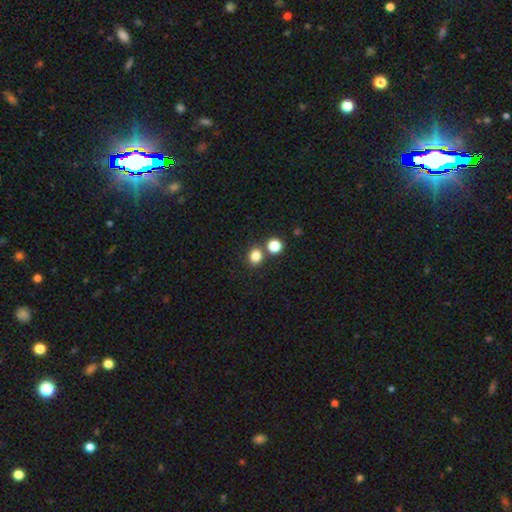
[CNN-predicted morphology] Smooth or featured?
  - smooth: 82% *
  - star or artifact: 13%
  - featured or disk: 5%
How rounded?
  - round: 76% *
  - in between: 23%
  - cigar-shaped: 1%
Merging?
  - none: 70% *
  - merger: 19%
  - minor disturbance: 8%
  - major disturbance: 3%